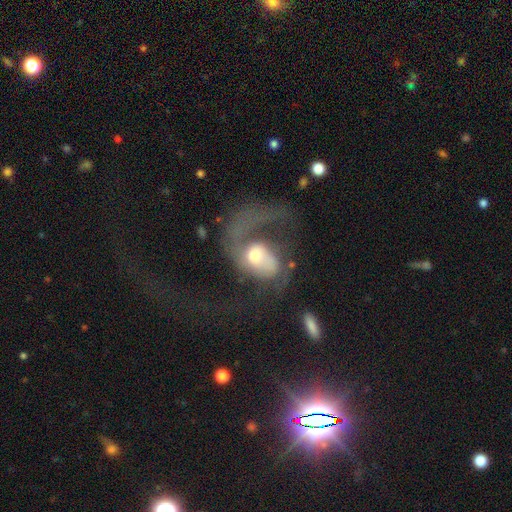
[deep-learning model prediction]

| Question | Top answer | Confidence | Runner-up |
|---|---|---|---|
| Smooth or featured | featured or disk | 70% | smooth (23%) |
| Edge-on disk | no | 97% | yes (3%) |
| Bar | no | 70% | weak (24%) |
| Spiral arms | yes | 83% | no (17%) |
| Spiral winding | loose | 58% | medium (31%) |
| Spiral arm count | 1 | 72% | 2 (18%) |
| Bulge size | moderate | 60% | large (21%) |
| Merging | major disturbance | 60% | none (22%) |